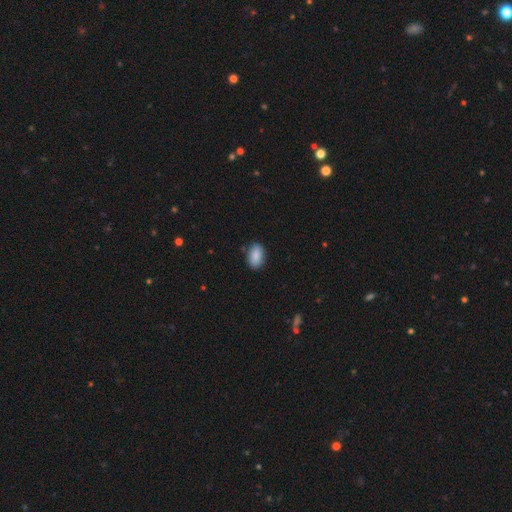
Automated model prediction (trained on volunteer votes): Overall: smooth (89%). How rounded: in between (91%). Merging: none (86%).